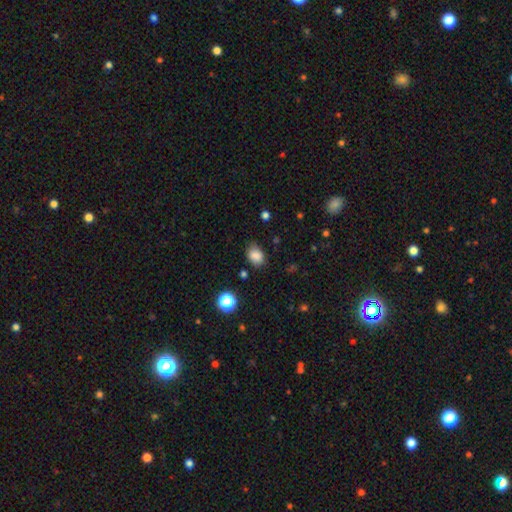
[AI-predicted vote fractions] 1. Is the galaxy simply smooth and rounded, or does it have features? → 84% smooth, 11% star or artifact, 5% featured or disk.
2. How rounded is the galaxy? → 63% in between, 36% round, 1% cigar-shaped.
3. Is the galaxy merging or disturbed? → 74% none, 19% minor disturbance, 4% major disturbance, 2% merger.